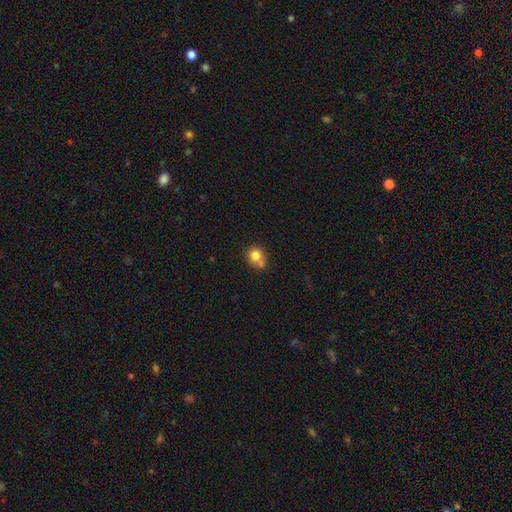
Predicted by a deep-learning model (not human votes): Smooth or featured? smooth (78%)
How rounded? round (80%)
Merging? none (47%)